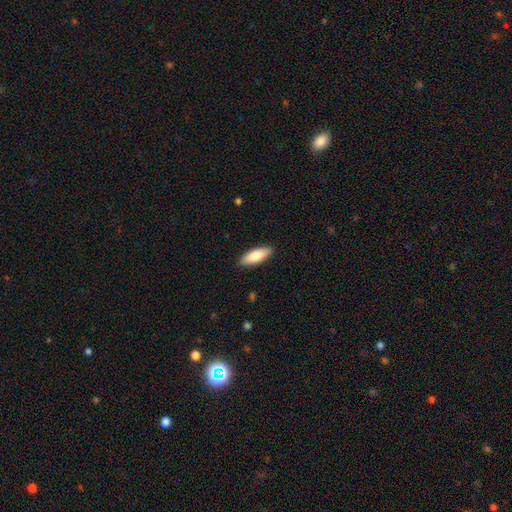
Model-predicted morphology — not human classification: smooth 82%, featured or disk 13%, star or artifact 5%. Down the decision tree: how rounded — in between (68%); merging — none (88%).